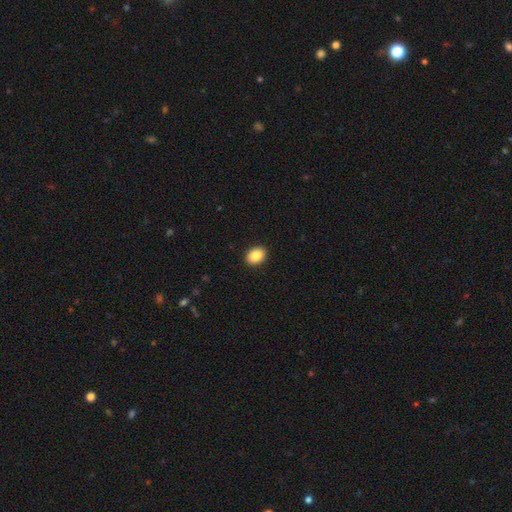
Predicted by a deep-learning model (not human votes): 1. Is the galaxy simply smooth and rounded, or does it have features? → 87% smooth, 8% star or artifact, 5% featured or disk.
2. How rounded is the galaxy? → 63% in between, 36% round, 1% cigar-shaped.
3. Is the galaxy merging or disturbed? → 92% none, 6% minor disturbance, 2% major disturbance, 1% merger.